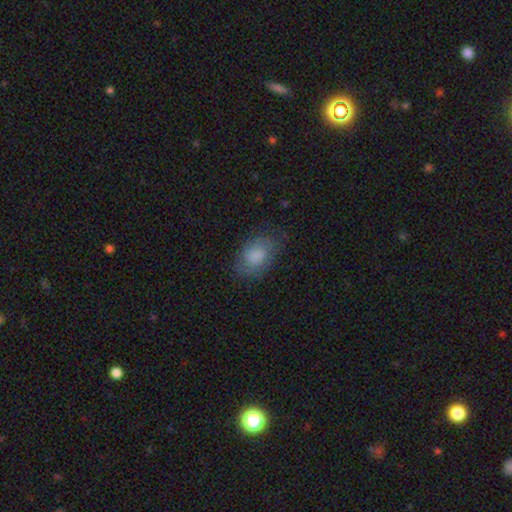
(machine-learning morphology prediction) Smooth or featured: smooth — 76% (featured or disk — 17%)
How rounded: in between — 86% (round — 12%)
Merging: none — 70% (minor disturbance — 21%)